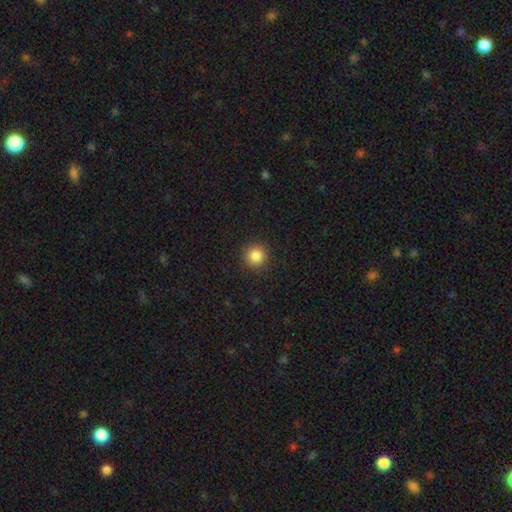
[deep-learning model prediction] Smooth or featured? smooth (85%)
How rounded? round (95%)
Merging? none (91%)